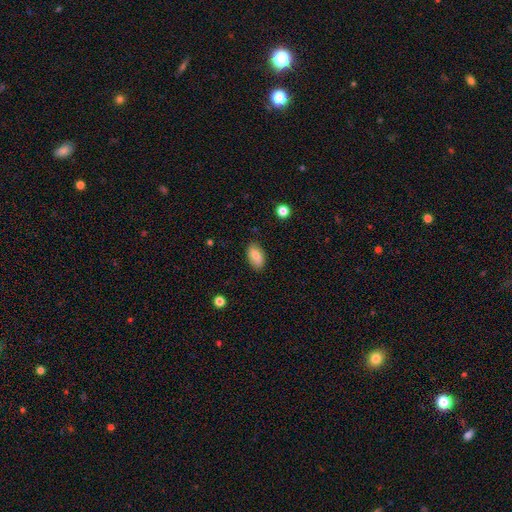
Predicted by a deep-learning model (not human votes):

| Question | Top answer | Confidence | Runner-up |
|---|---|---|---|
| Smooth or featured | smooth | 78% | featured or disk (15%) |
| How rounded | in between | 92% | round (4%) |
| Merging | none | 83% | minor disturbance (13%) |